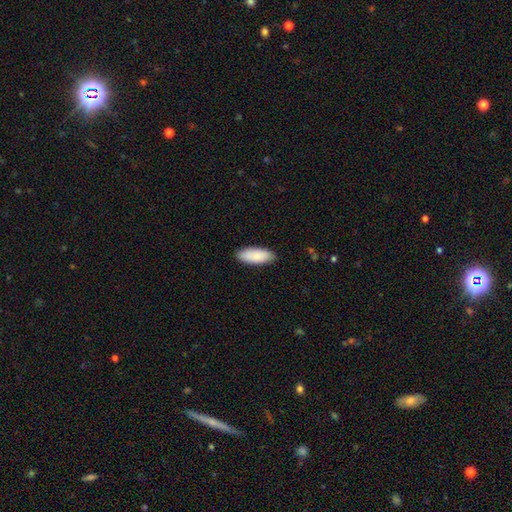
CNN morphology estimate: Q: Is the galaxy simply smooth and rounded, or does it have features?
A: smooth — 86%.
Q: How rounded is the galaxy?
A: in between — 82%.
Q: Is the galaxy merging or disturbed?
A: none — 86%.